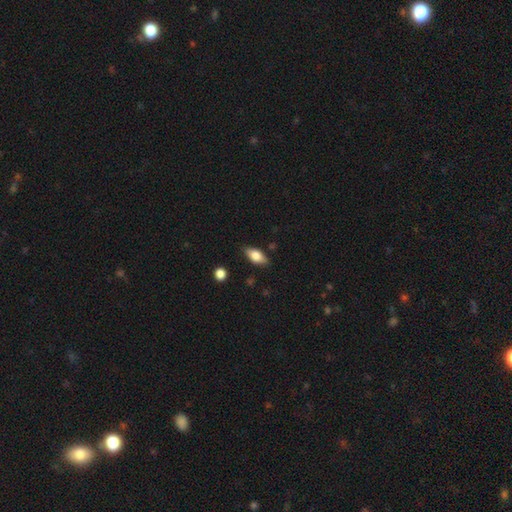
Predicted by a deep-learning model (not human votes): This is likely a smooth galaxy (67%). How rounded: clearly in between (83%). Merging: clearly none (82%).